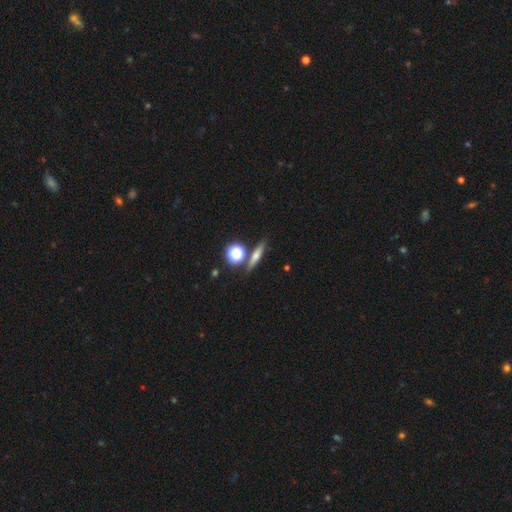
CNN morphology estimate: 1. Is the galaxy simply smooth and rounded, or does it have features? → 45% smooth, 41% featured or disk, 14% star or artifact.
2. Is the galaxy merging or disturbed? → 79% none, 9% minor disturbance, 9% merger, 3% major disturbance.